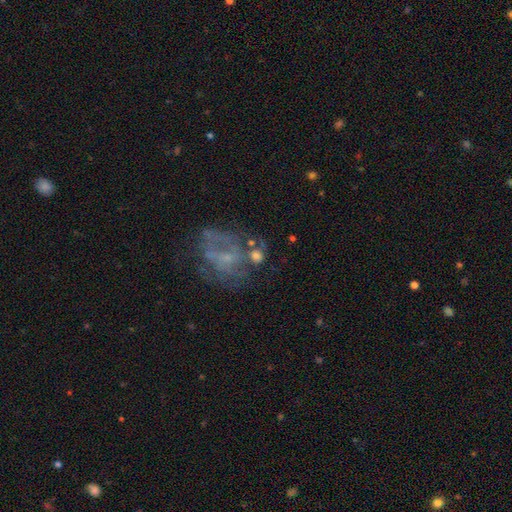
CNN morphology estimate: Q: Smooth or featured?
A: featured or disk (59%); runner-up: smooth (27%)
Q: Edge-on disk?
A: no (97%); runner-up: yes (3%)
Q: Bar?
A: no (64%); runner-up: weak (30%)
Q: Spiral arms?
A: yes (54%); runner-up: no (46%)
Q: Bulge size?
A: small (46%); runner-up: none (30%)
Q: Merging?
A: none (41%); runner-up: major disturbance (27%)